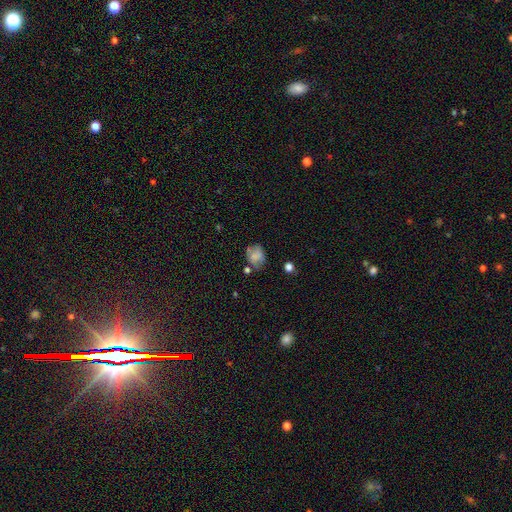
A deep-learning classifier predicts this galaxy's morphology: Smooth or featured?
  - smooth: 70% *
  - featured or disk: 19%
  - star or artifact: 11%
How rounded?
  - round: 51% *
  - in between: 48%
  - cigar-shaped: 1%
Merging?
  - none: 54% *
  - minor disturbance: 27%
  - major disturbance: 11%
  - merger: 8%